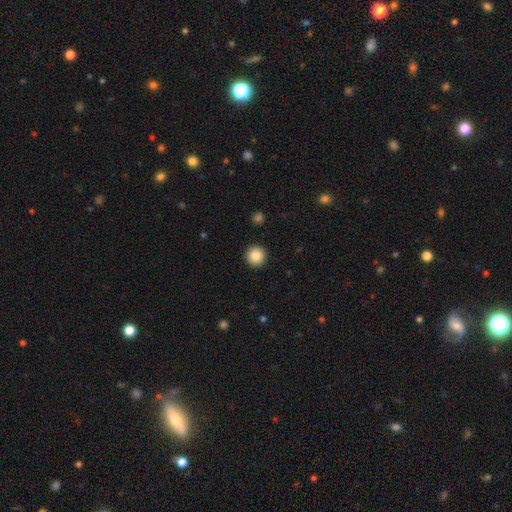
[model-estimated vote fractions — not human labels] A smooth galaxy with no disk features (86%) that is round (95%).

Vote fractions:
- Smooth or featured? smooth: 86% / star or artifact: 9% / featured or disk: 5%
- How rounded? round: 95% / in between: 4% / cigar-shaped: 1%
- Merging? none: 93% / minor disturbance: 4% / major disturbance: 2% / merger: 1%